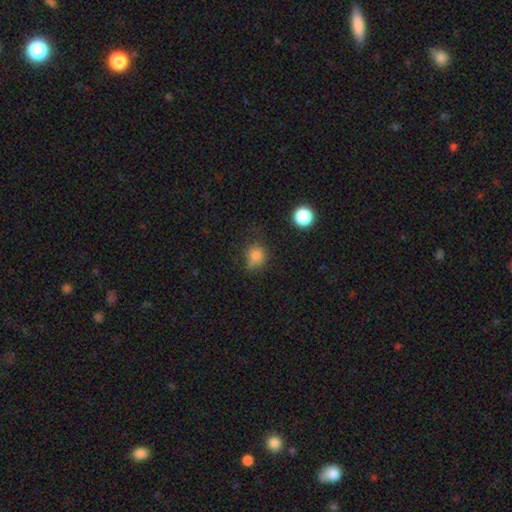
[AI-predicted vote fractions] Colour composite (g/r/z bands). It shows a smooth galaxy with no disk features (80%) that is round (77%). Merging: none (55%).